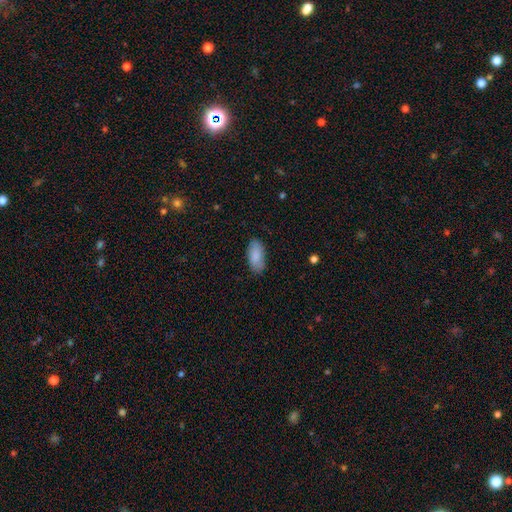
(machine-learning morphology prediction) type=smooth (86%); roundness=in between (92%); merging=none (81%).